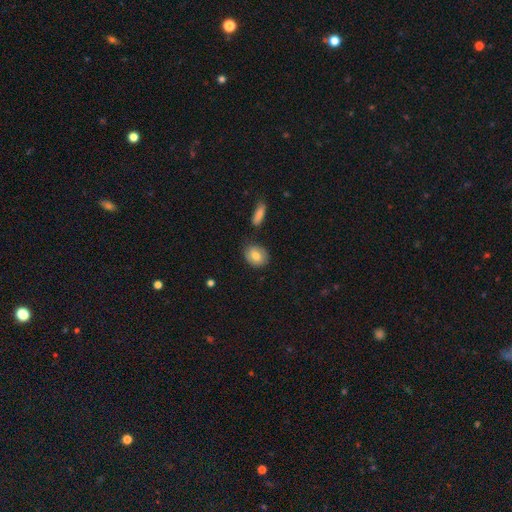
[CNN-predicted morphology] Smooth or featured?
  - smooth: 77% *
  - featured or disk: 15%
  - star or artifact: 8%
How rounded?
  - round: 50% *
  - in between: 48%
  - cigar-shaped: 2%
Merging?
  - none: 80% *
  - minor disturbance: 13%
  - merger: 4%
  - major disturbance: 3%